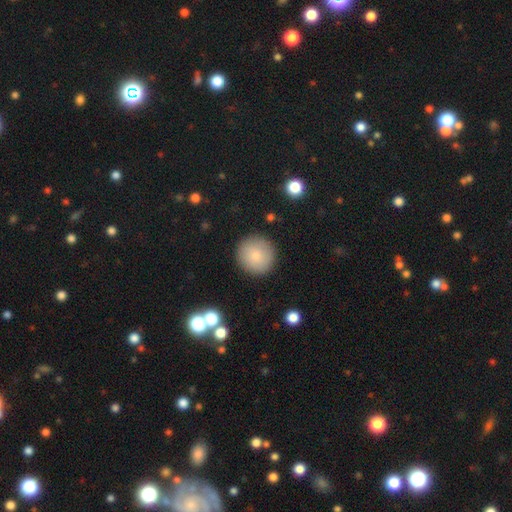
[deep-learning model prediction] Smooth or featured? smooth (83%)
How rounded? round (94%)
Merging? none (89%)